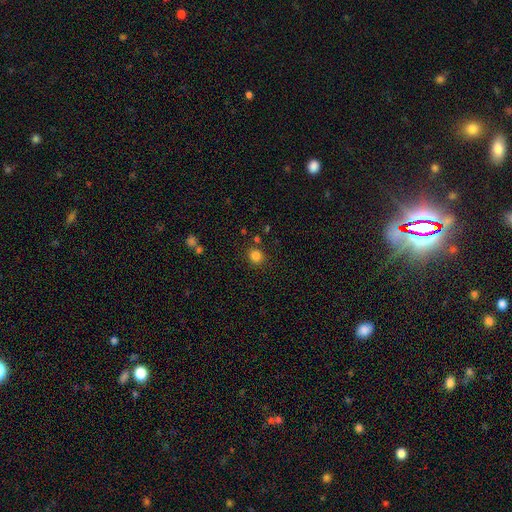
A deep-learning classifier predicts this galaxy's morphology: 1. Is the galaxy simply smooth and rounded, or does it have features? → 82% smooth, 13% star or artifact, 5% featured or disk.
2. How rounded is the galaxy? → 85% round, 14% in between, 1% cigar-shaped.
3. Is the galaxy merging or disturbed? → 84% none, 8% minor disturbance, 4% merger, 3% major disturbance.